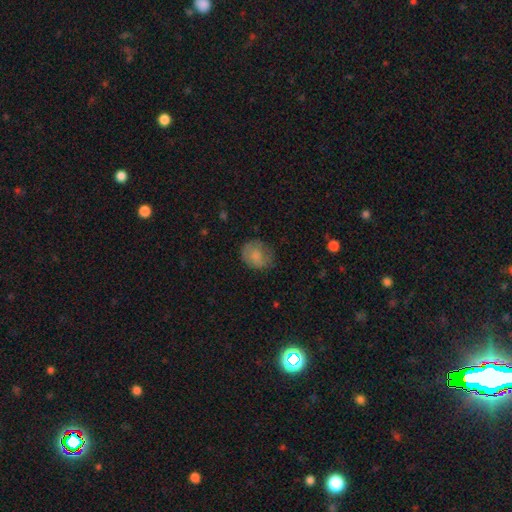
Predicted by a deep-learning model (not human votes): Q: Smooth or featured?
A: smooth (73%); runner-up: featured or disk (18%)
Q: How rounded?
A: round (69%); runner-up: in between (30%)
Q: Merging?
A: none (61%); runner-up: minor disturbance (26%)